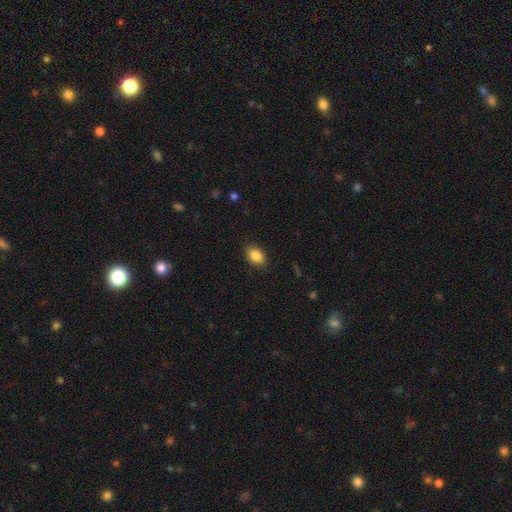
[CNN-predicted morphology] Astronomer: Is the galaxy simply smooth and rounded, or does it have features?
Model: smooth — 87%.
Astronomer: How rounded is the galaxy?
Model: in between — 85%.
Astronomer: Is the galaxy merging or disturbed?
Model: none — 87%.